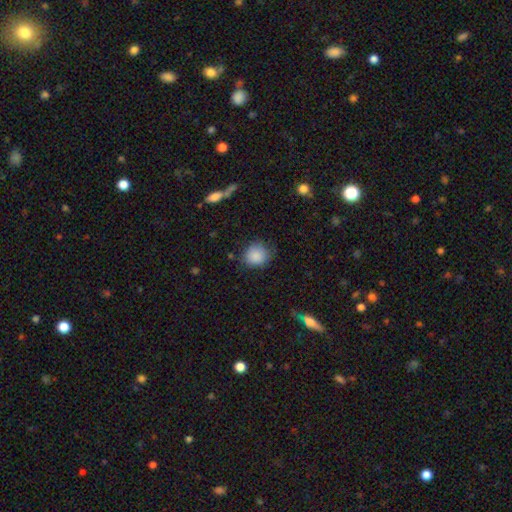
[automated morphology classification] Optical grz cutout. It shows a smooth galaxy with no disk features (87%) that is round (82%). Merging: none (70%).